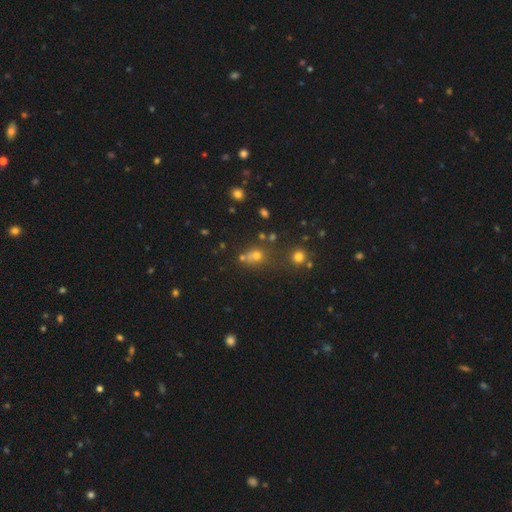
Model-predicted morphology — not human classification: Smooth or featured: smooth — 59% (star or artifact — 29%)
How rounded: round — 74% (in between — 24%)
Merging: none — 52% (merger — 28%)